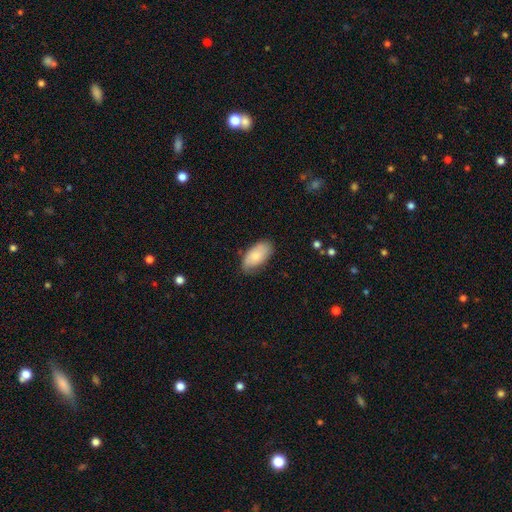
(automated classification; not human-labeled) A smooth galaxy with no disk features (76%) that is in between round and cigar-shaped (94%). Merging: none (72%).